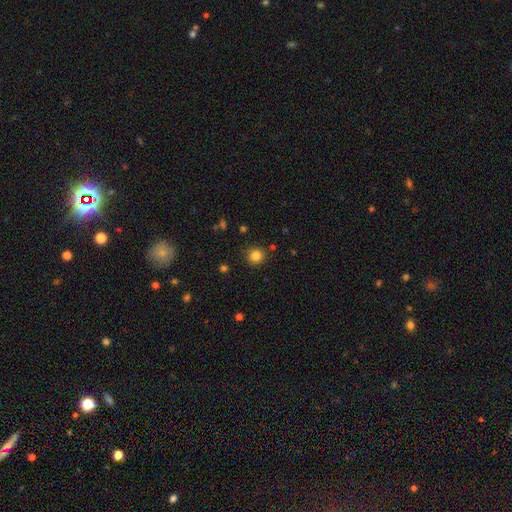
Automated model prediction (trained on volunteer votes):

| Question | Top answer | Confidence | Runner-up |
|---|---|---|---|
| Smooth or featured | smooth | 83% | star or artifact (12%) |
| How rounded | round | 92% | in between (7%) |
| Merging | none | 87% | minor disturbance (8%) |